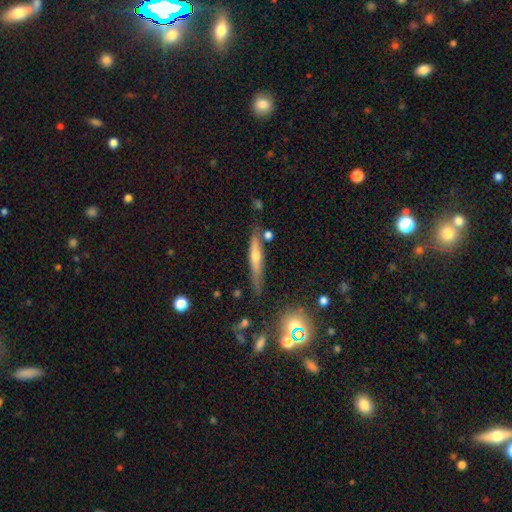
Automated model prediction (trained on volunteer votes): Smooth or featured? featured or disk (58%)
Edge-on disk? yes (93%)
Edge-on bulge? rounded (83%)
Merging? none (76%)